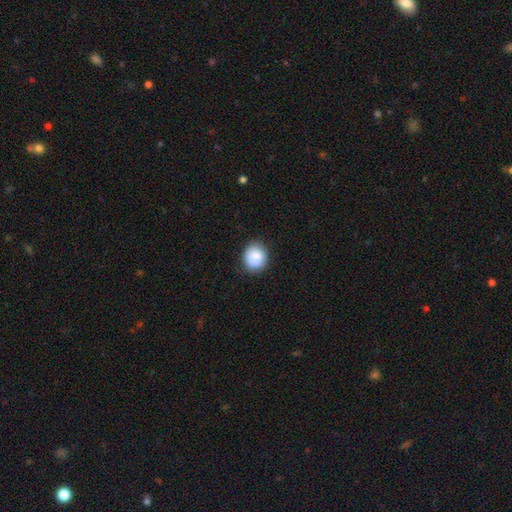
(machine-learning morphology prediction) Smooth or featured?
  - smooth: 84% *
  - featured or disk: 9%
  - star or artifact: 7%
How rounded?
  - round: 71% *
  - in between: 28%
  - cigar-shaped: 1%
Merging?
  - none: 81% *
  - minor disturbance: 15%
  - major disturbance: 3%
  - merger: 2%